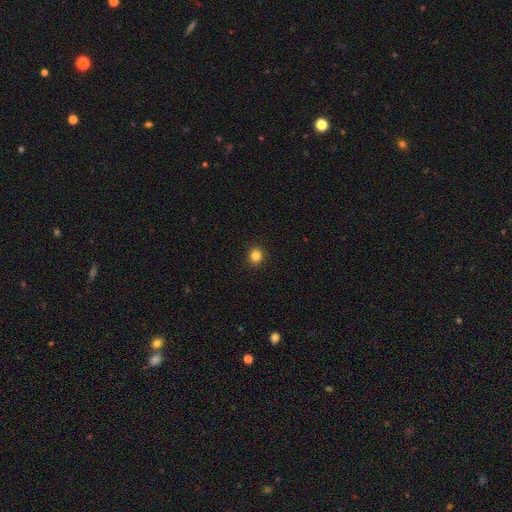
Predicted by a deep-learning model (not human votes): smooth_or_featured: smooth (p=0.83) [alt: star or artifact p=0.12]
how_rounded: round (p=0.89) [alt: in between p=0.10]
merging: none (p=0.93) [alt: minor disturbance p=0.05]